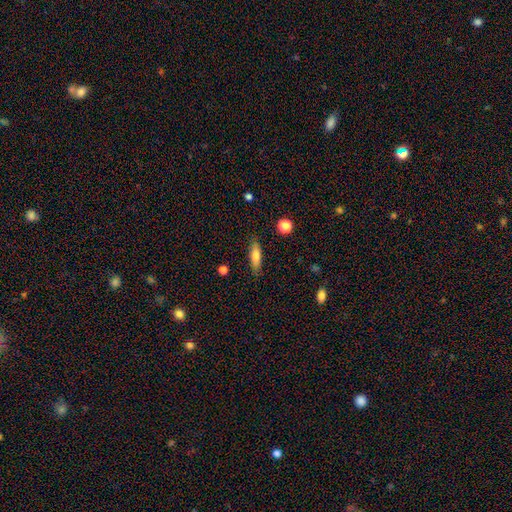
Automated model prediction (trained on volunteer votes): smooth 75%, featured or disk 17%, star or artifact 7%. Down the decision tree: how rounded — cigar-shaped (60%); merging — none (86%).